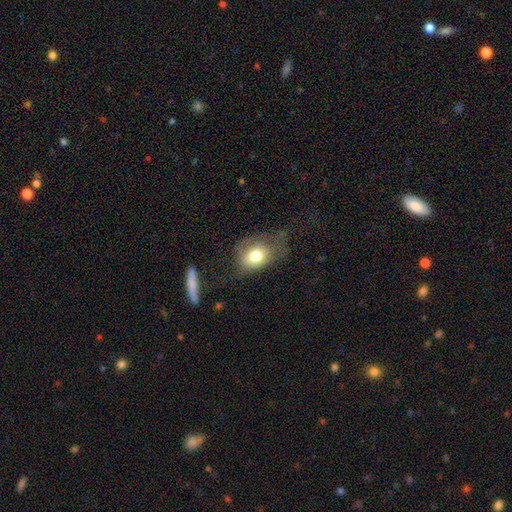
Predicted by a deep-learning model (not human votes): smooth_or_featured: smooth (p=0.73) [alt: featured or disk p=0.18]
how_rounded: in between (p=0.62) [alt: round p=0.37]
merging: major disturbance (p=0.35) [alt: none p=0.34]